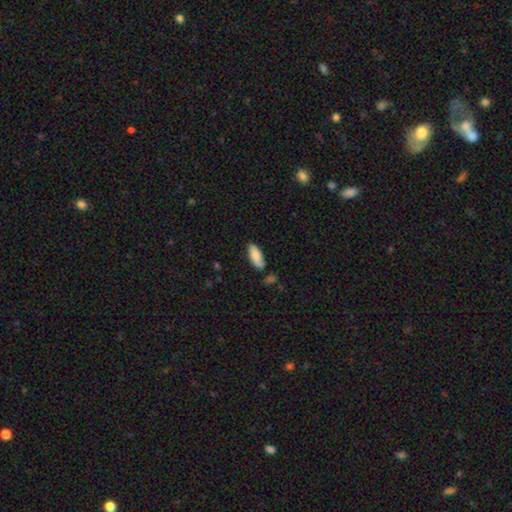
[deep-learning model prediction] Overall: smooth (85%). How rounded: in between (75%). Merging: none (74%).